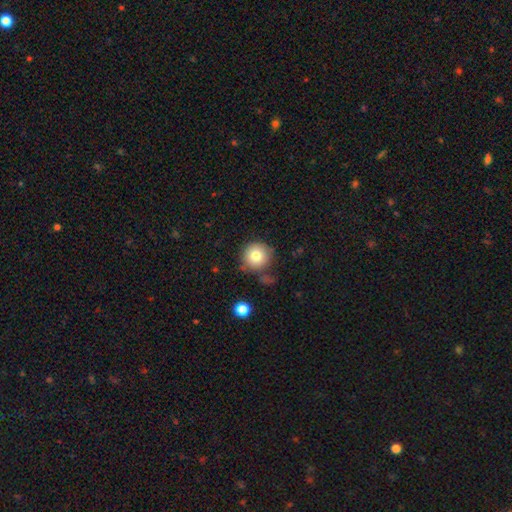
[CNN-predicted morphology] Q: Smooth or featured?
A: smooth (81%); runner-up: star or artifact (10%)
Q: How rounded?
A: round (93%); runner-up: in between (6%)
Q: Merging?
A: none (71%); runner-up: minor disturbance (17%)